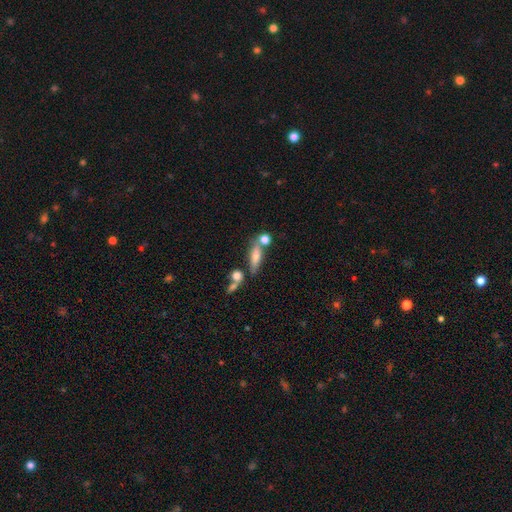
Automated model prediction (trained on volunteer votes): This appears to be a smooth galaxy with no disk features (69%) that is cigar-shaped (51%). Merging: none (54%).